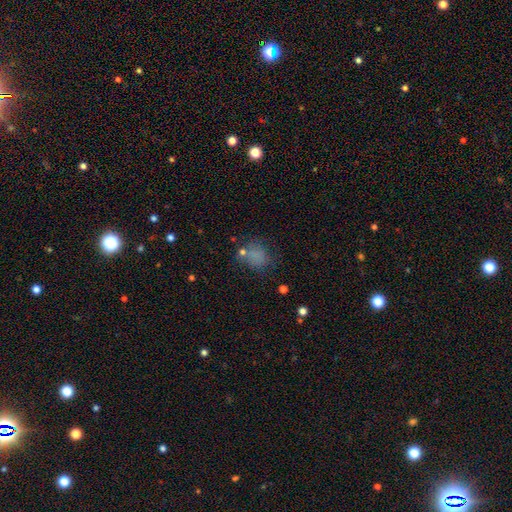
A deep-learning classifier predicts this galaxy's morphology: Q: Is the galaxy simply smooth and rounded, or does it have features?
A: smooth — 70%.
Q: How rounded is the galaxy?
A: round — 59%.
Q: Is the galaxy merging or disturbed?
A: none — 60%.